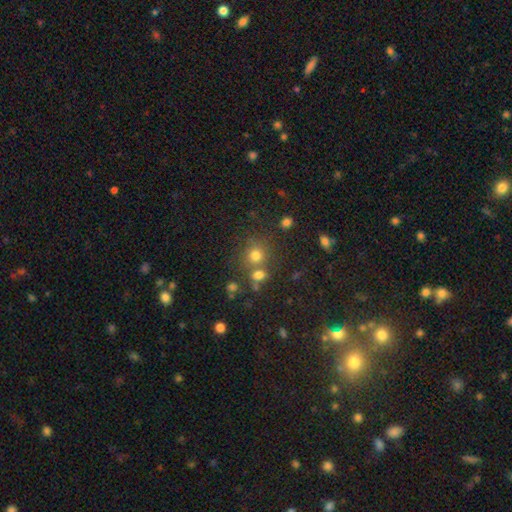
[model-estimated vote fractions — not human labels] The model was most divided on "merging": none: 61%, merger: 25%, minor disturbance: 9%, major disturbance: 4%. More confident: how rounded — round (83%); smooth or featured — smooth (73%).